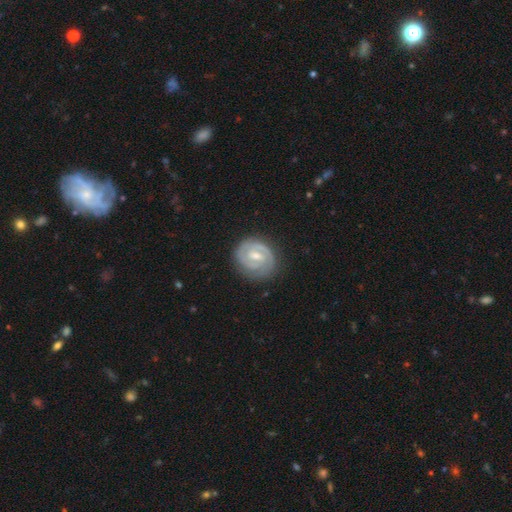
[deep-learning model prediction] smooth_or_featured: featured or disk (p=0.85) [alt: smooth p=0.10]
disk_edge_on: no (p=0.98) [alt: yes p=0.02]
bar: weak (p=0.56) [alt: strong p=0.26]
has_spiral_arms: yes (p=0.95) [alt: no p=0.05]
spiral_winding: tight (p=0.70) [alt: medium p=0.25]
spiral_arm_count: 2 (p=0.79) [alt: can't tell p=0.08]
bulge_size: moderate (p=0.48) [alt: small p=0.46]
merging: none (p=0.81) [alt: minor disturbance p=0.13]